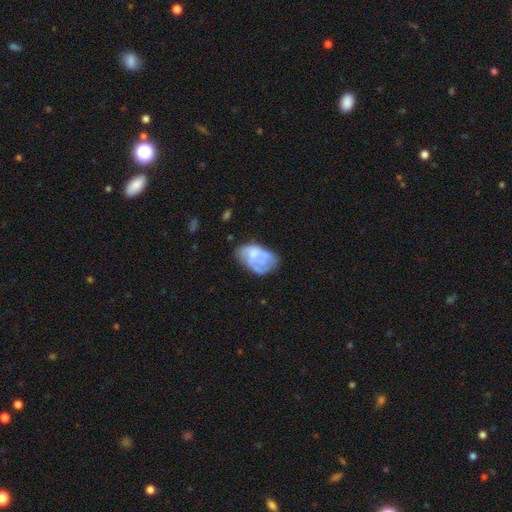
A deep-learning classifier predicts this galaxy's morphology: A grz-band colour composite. It shows a featured or disk galaxy (57%) with no bar (79%), no spiral arms (63%) and a moderate central bulge (33%). Merging: none (39%).